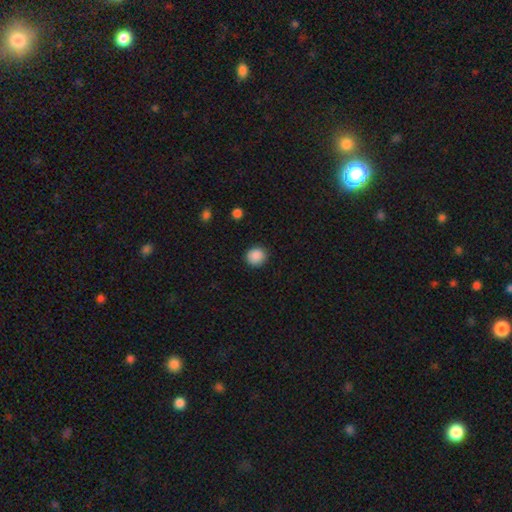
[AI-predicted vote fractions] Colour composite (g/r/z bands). It shows a smooth galaxy with no disk features (88%) that is round (90%). Merging: none (90%).